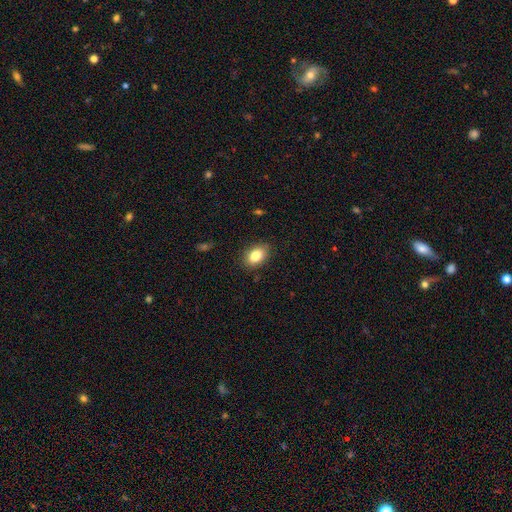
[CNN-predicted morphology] The model was most divided on "how rounded": in between: 86%, round: 12%, cigar-shaped: 1%. More confident: merging — none (86%); smooth or featured — smooth (84%).